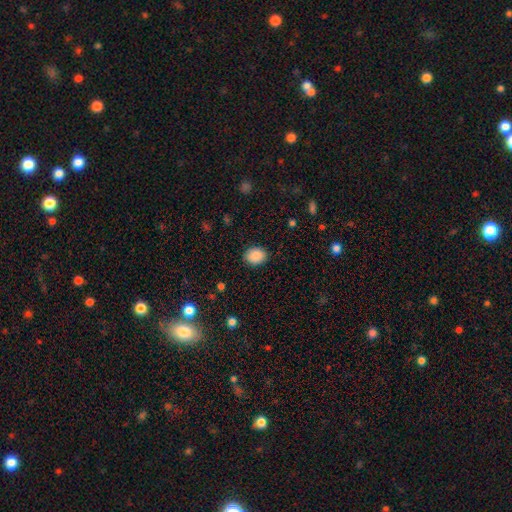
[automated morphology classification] type=smooth (87%); roundness=in between (50%); merging=none (88%).